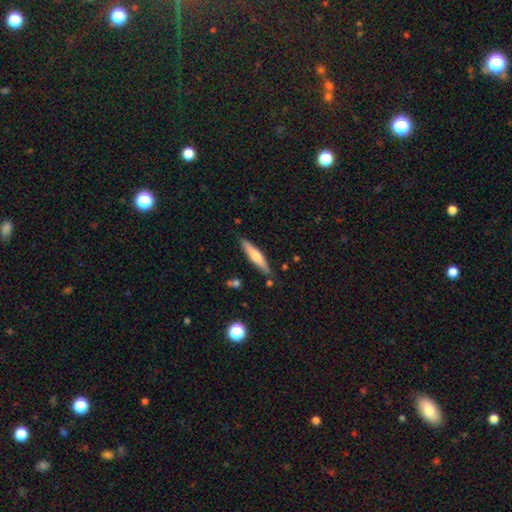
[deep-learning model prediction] smooth 55%, featured or disk 40%, star or artifact 6%. Down the decision tree: how rounded — cigar-shaped (87%); merging — none (85%).